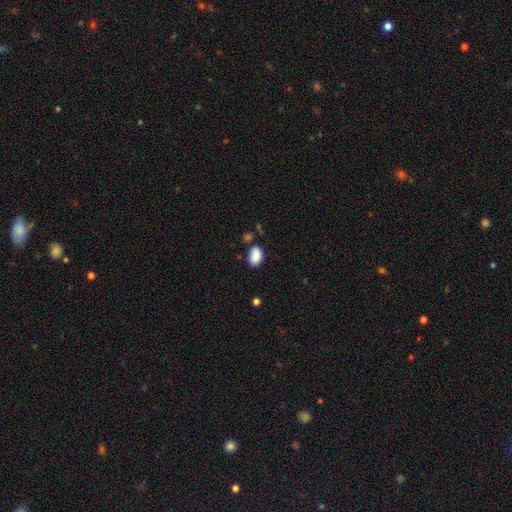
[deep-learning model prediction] smooth 88%, star or artifact 8%, featured or disk 4%. Down the decision tree: how rounded — in between (90%); merging — none (73%).